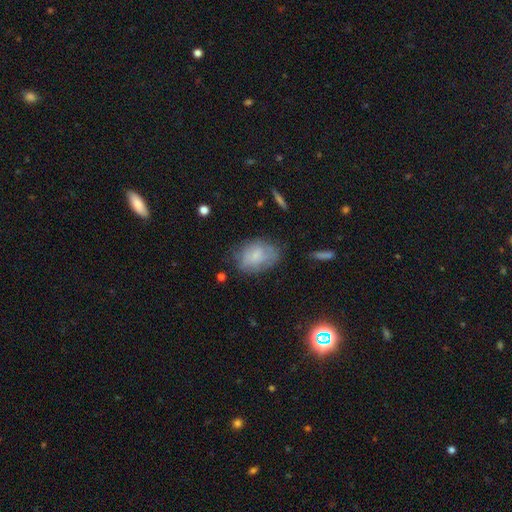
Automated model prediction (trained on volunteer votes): Smooth or featured? Predicted: smooth (p=0.63). How rounded? Predicted: in between (p=0.80). Merging? Predicted: none (p=0.62).